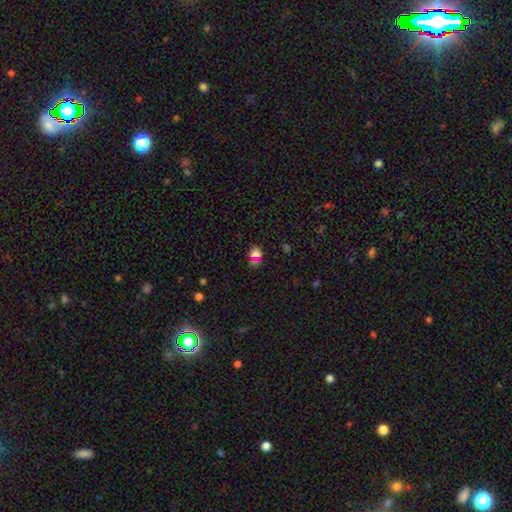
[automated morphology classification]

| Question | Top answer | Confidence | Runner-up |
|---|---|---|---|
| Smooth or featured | smooth | 64% | star or artifact (26%) |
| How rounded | in between | 50% | round (48%) |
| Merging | none | 68% | minor disturbance (15%) |